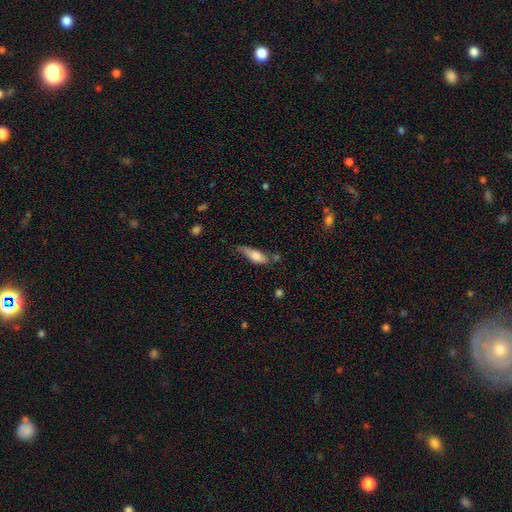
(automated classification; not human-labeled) smooth 68%, featured or disk 26%, star or artifact 6%. Down the decision tree: how rounded — in between (53%); merging — none (48%).